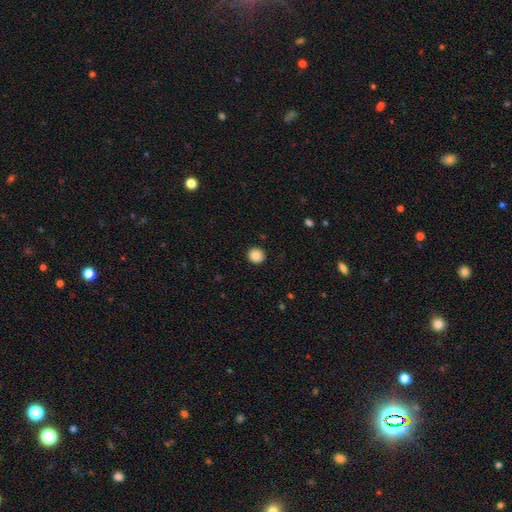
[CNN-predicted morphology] smooth 87%, star or artifact 9%, featured or disk 3%. Down the decision tree: how rounded — round (92%); merging — none (92%).